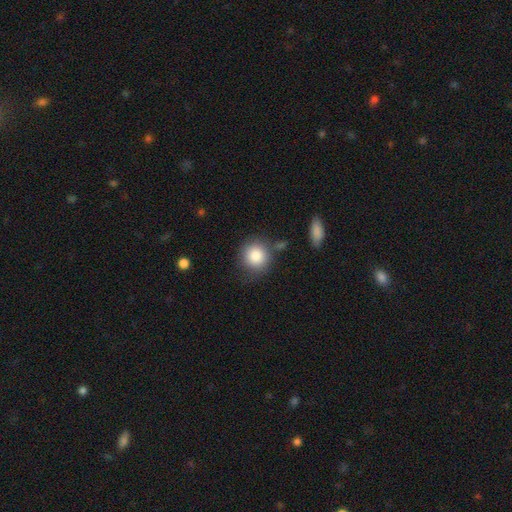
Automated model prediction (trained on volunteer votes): smooth-or-featured: smooth: 85% | star or artifact: 8% | featured or disk: 7%
  how-rounded: round: 90% | in between: 9% | cigar-shaped: 1%
  merging: none: 74% | minor disturbance: 14% | merger: 7% | major disturbance: 5%